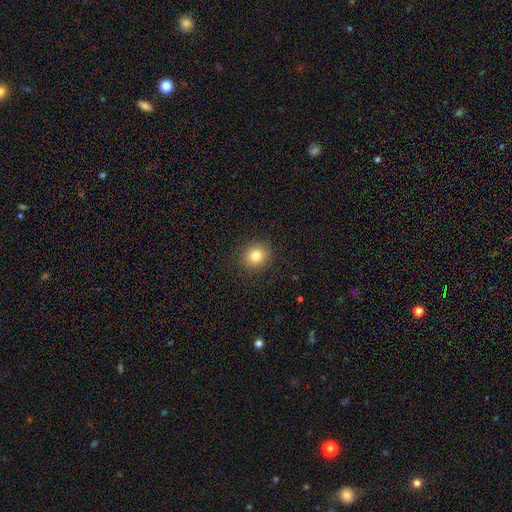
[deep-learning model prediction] Overall: smooth (80%). How rounded: round (83%). Merging: none (90%).